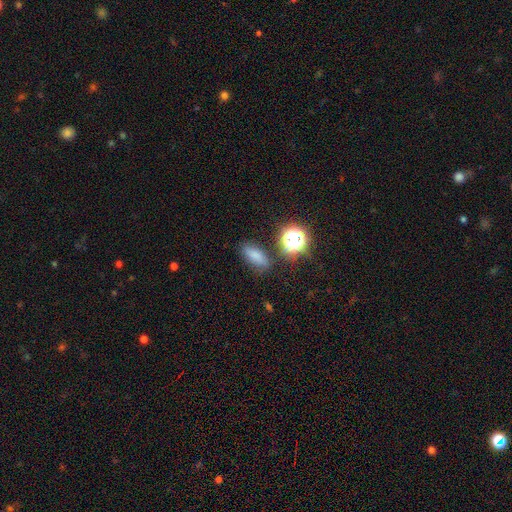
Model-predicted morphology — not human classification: smooth 73%, star or artifact 19%, featured or disk 9%. Down the decision tree: how rounded — in between (74%); merging — none (77%).